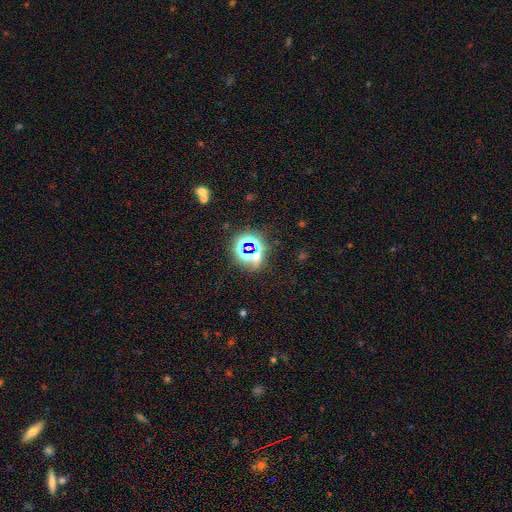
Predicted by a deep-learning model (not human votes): Smooth or featured?
  - star or artifact: 69% *
  - smooth: 21%
  - featured or disk: 10%